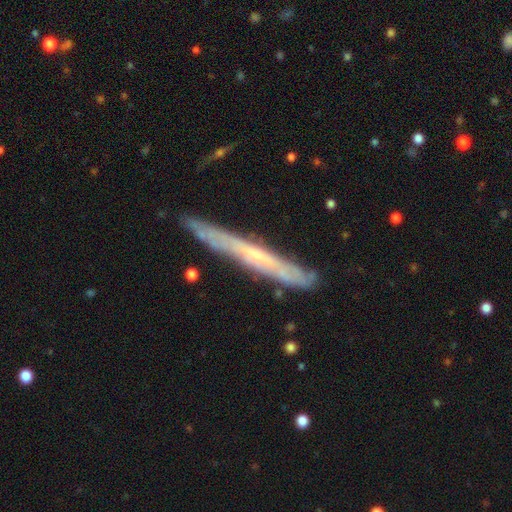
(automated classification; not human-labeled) A featured or disk galaxy (67%) viewed edge-on (88%) with no central bulge (64%).

Vote fractions:
- Smooth or featured? featured or disk: 67% / smooth: 27% / star or artifact: 6%
- Edge-on disk? yes: 88% / no: 12%
- Edge-on bulge? none: 64% / rounded: 32% / boxy: 4%
- Merging? none: 81% / minor disturbance: 15% / major disturbance: 2% / merger: 2%